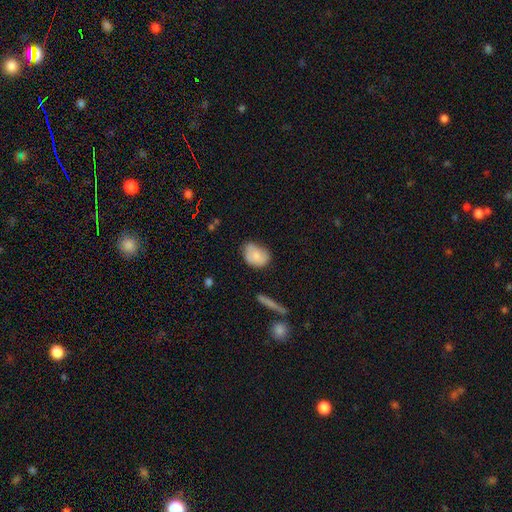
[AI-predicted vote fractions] Overall: smooth (77%). How rounded: in between (68%; round 31%). Merging: none (56%; minor disturbance 33%).